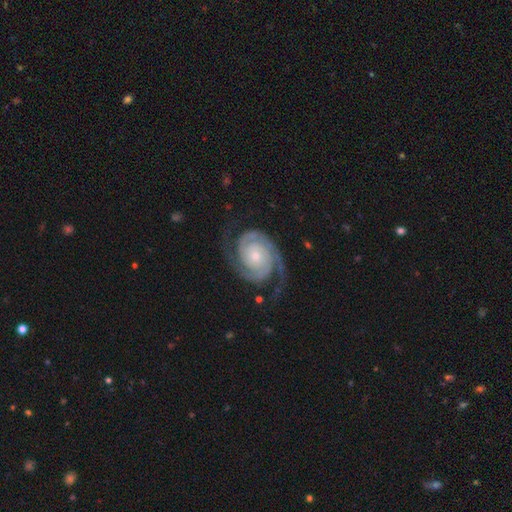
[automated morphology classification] A featured or disk galaxy (92%) with no bar (76%), 2 (91%) tight (61%) spiral arms (98%) and a small central bulge (65%). Merging: none (75%).